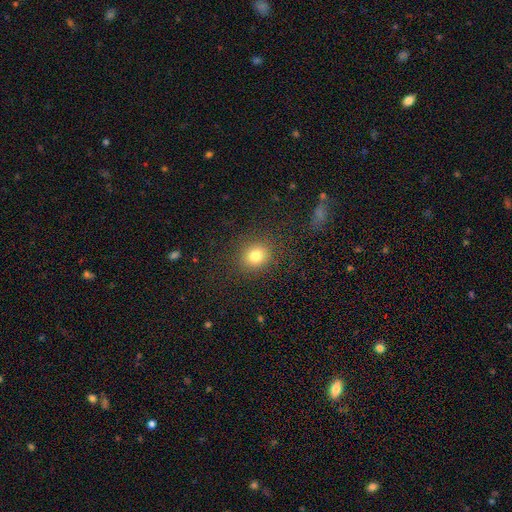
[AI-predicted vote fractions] Overall: smooth (81%). How rounded: round (70%). Merging: none (87%).